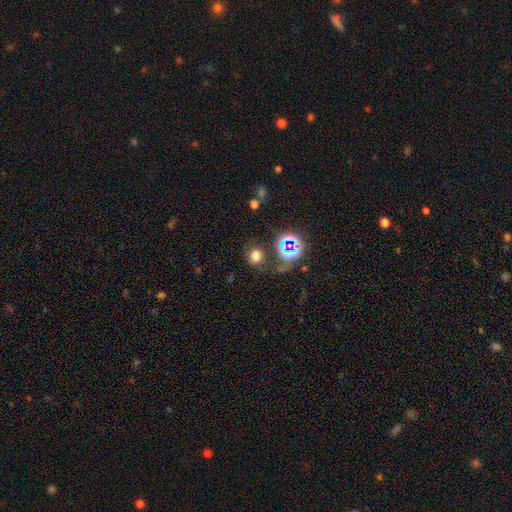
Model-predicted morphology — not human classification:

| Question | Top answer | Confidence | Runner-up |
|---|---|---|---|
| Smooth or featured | smooth | 67% | star or artifact (24%) |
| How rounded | round | 65% | in between (34%) |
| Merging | none | 71% | minor disturbance (15%) |